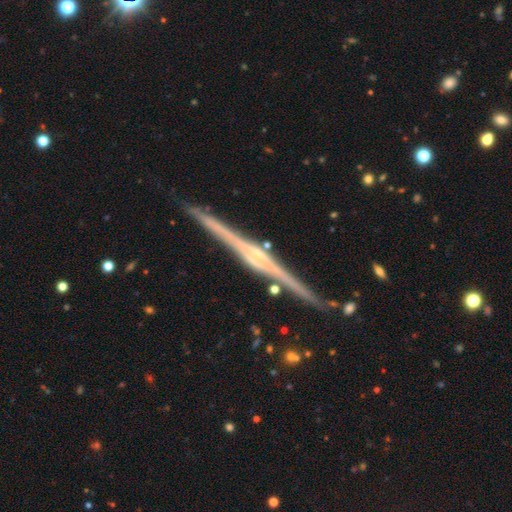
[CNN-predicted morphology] featured or disk 88%, smooth 7%, star or artifact 5%. Down the decision tree: edge-on disk — yes (98%); edge-on bulge — rounded (59%); merging — none (89%).